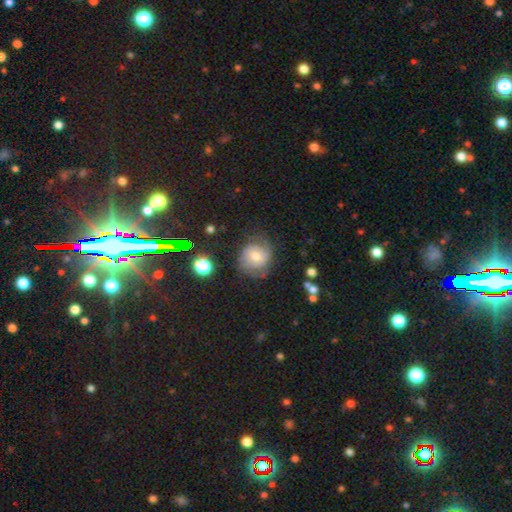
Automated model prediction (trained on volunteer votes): smooth-or-featured: featured or disk: 56% | smooth: 33% | star or artifact: 11%
  disk-edge-on: no: 97% | yes: 3%
    bar: no: 58% | weak: 34% | strong: 8%
    has-spiral-arms: yes: 83% | no: 17%
    bulge-size: moderate: 62% | small: 30% | large: 5% | none: 2% | dominant: 1%
  merging: none: 62% | minor disturbance: 23% | major disturbance: 13% | merger: 2%